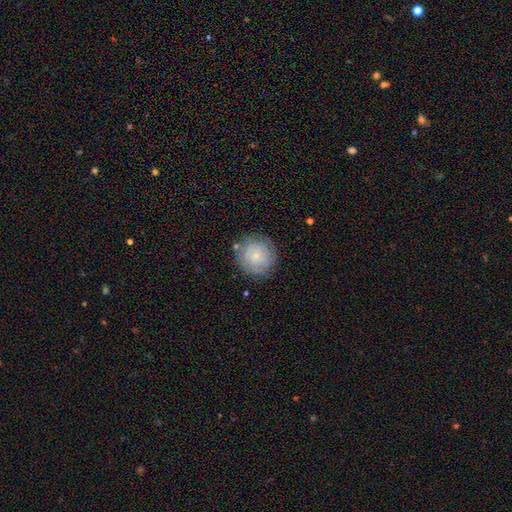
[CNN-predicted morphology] Q: Smooth or featured?
A: smooth (62%); runner-up: featured or disk (30%)
Q: How rounded?
A: round (92%); runner-up: in between (7%)
Q: Merging?
A: none (78%); runner-up: minor disturbance (15%)